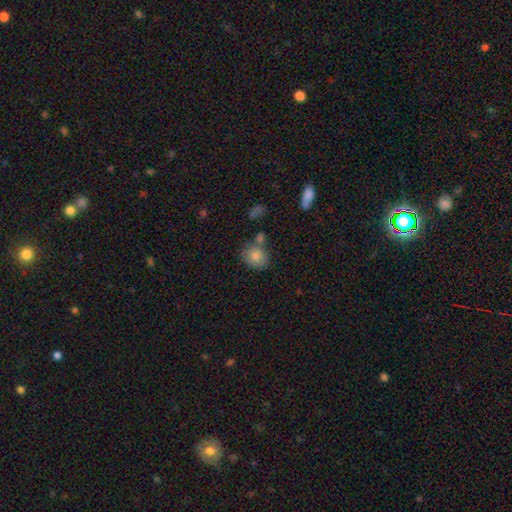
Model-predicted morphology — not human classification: A smooth galaxy with no disk features (82%) that is round (64%).

Vote fractions:
- Smooth or featured? smooth: 82% / featured or disk: 9% / star or artifact: 8%
- How rounded? round: 64% / in between: 35% / cigar-shaped: 1%
- Merging? none: 62% / merger: 18% / minor disturbance: 15% / major disturbance: 5%